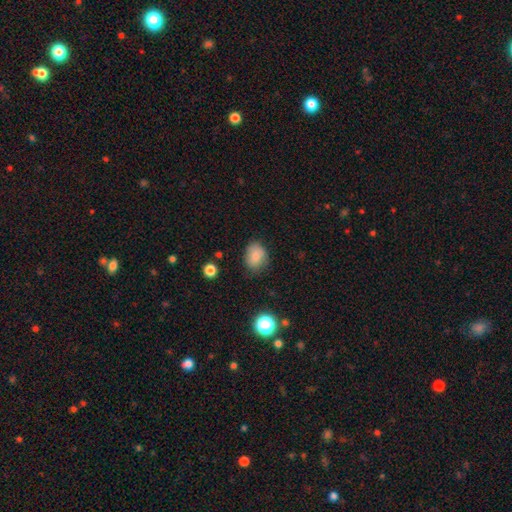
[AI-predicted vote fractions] Smooth or featured? smooth (82%)
How rounded? in between (62%)
Merging? none (73%)